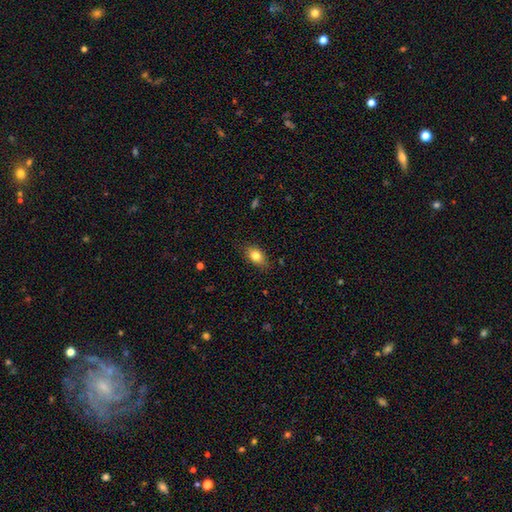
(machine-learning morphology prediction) Smooth or featured? smooth (81%)
How rounded? in between (82%)
Merging? none (81%)